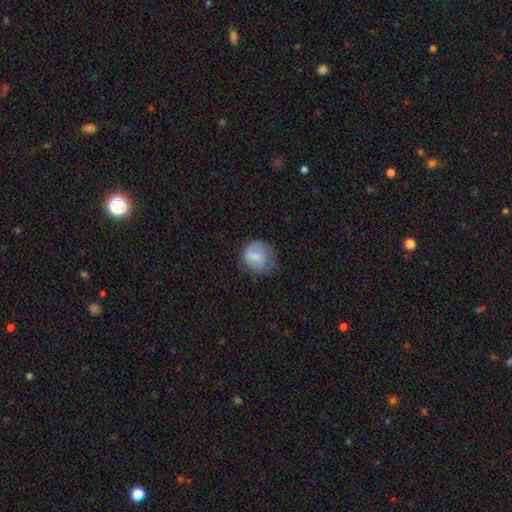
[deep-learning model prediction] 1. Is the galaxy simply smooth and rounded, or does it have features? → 70% smooth, 23% featured or disk, 7% star or artifact.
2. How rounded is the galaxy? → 80% round, 19% in between, 1% cigar-shaped.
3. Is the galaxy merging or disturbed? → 58% none, 28% minor disturbance, 13% major disturbance, 1% merger.